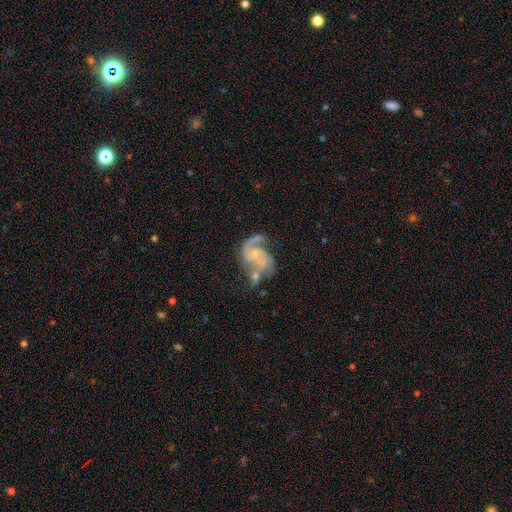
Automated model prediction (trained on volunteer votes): The model was most divided on "merging": none: 34%, merger: 25%, major disturbance: 22%, minor disturbance: 18%. More confident: edge-on disk — no (98%); spiral arms — yes (95%); smooth or featured — featured or disk (85%); spiral arm count — 2 (72%); bar — no (60%); bulge size — small (59%); spiral winding — medium (51%).